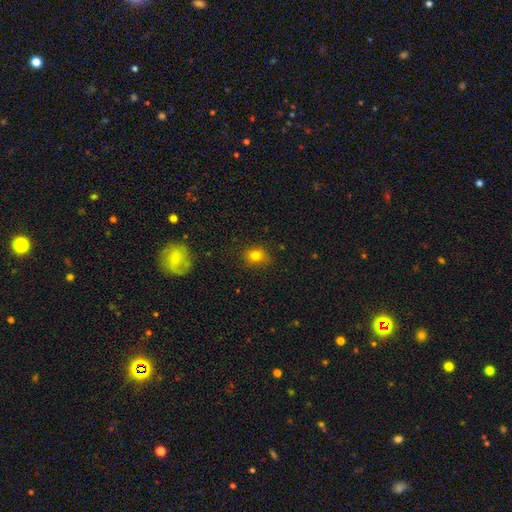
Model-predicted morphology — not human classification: Overall: smooth (79%). How rounded: round (64%; in between 34%). Merging: none (81%).